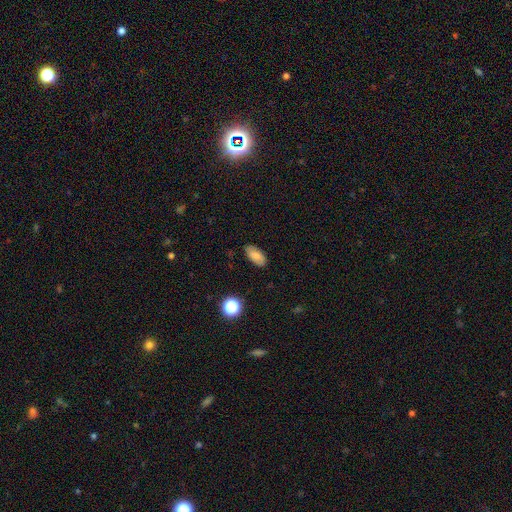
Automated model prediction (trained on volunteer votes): Smooth or featured: smooth — 82% (featured or disk — 9%)
How rounded: in between — 90% (cigar-shaped — 7%)
Merging: none — 85% (minor disturbance — 11%)